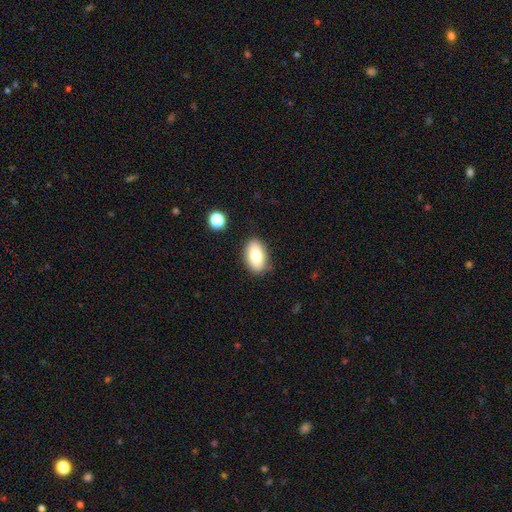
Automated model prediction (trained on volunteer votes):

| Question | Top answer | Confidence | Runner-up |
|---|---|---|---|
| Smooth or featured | smooth | 77% | featured or disk (14%) |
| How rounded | in between | 89% | round (9%) |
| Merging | none | 85% | minor disturbance (11%) |